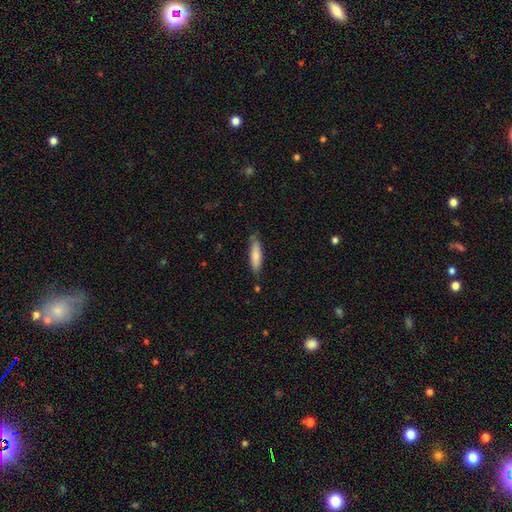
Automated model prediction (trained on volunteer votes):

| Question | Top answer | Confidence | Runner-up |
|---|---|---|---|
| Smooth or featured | smooth | 79% | featured or disk (15%) |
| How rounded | cigar-shaped | 68% | in between (31%) |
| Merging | none | 78% | minor disturbance (16%) |